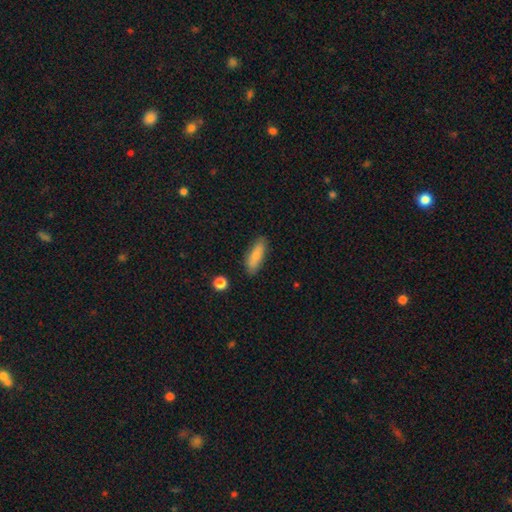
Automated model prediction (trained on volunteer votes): Smooth or featured? smooth (79%)
How rounded? in between (62%)
Merging? none (82%)